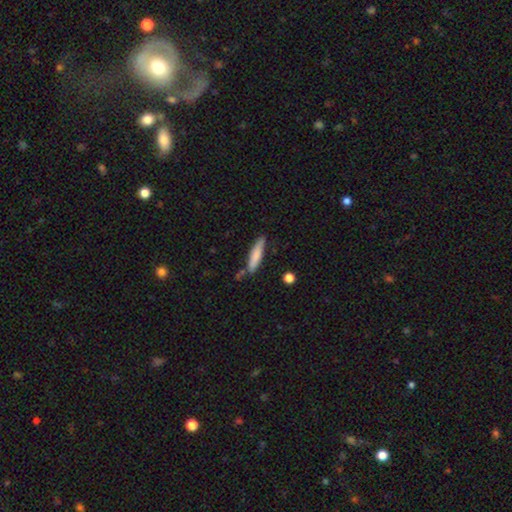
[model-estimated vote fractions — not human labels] This appears to be a smooth galaxy with no disk features (76%) that is cigar-shaped (85%). Merging: none (75%).